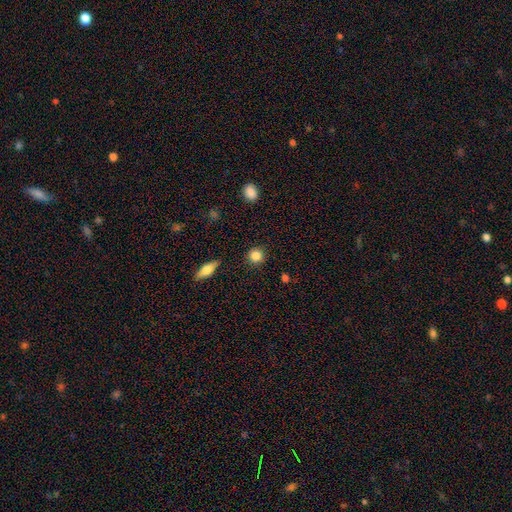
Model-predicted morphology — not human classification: Smooth or featured? Predicted: smooth (p=0.86). How rounded? Predicted: round (p=0.92). Merging? Predicted: none (p=0.90).